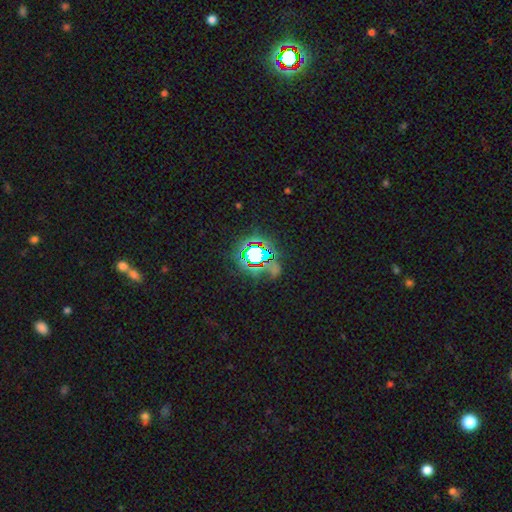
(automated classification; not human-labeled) A star or artifact, not a galaxy (62%).

Vote fractions:
- Smooth or featured? star or artifact: 62% / smooth: 24% / featured or disk: 14%